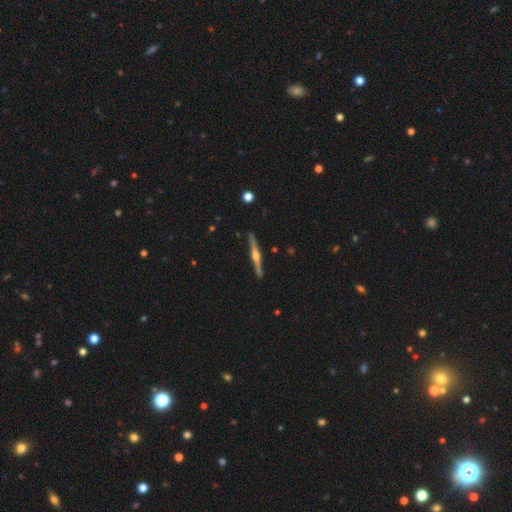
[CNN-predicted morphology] A featured or disk galaxy (83%) viewed edge-on (98%) with a rounded central bulge (92%). Merging: none (90%).